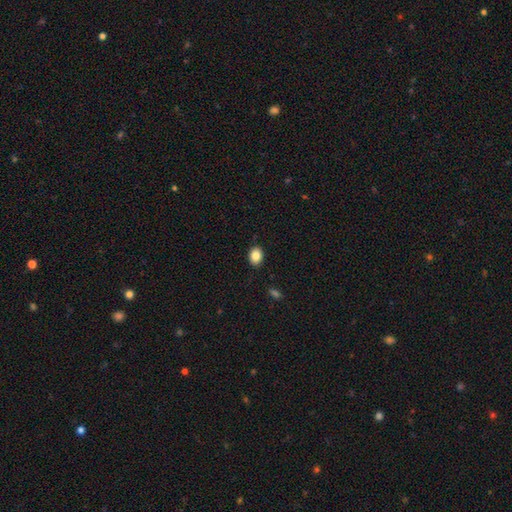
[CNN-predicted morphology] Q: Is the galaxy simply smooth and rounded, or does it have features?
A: smooth — 86%.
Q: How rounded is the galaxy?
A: in between — 61%.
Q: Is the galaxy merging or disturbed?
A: none — 89%.